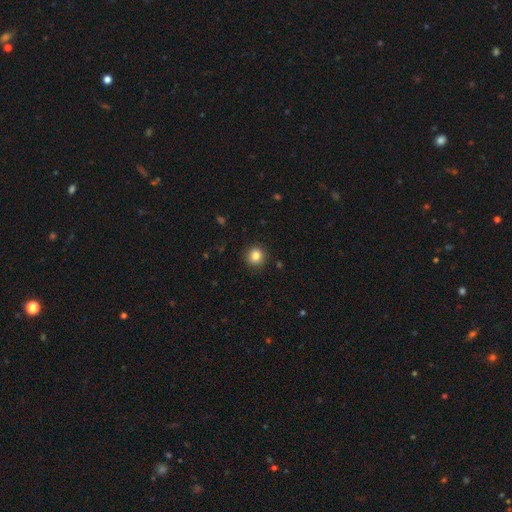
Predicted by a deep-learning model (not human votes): Morphology: type=smooth (84%); roundness=round (91%); merging=none (91%).